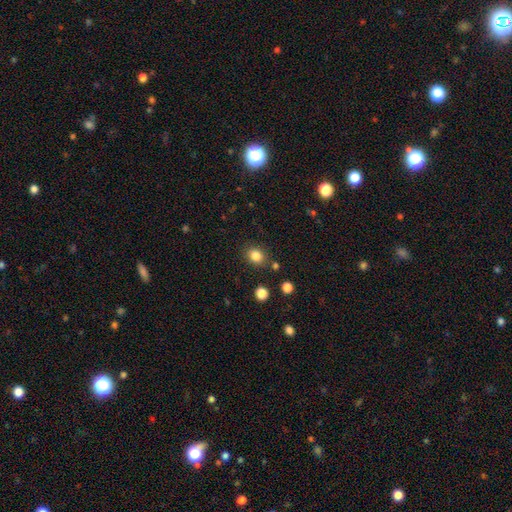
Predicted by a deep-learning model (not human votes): Overall: smooth (84%). How rounded: round (64%; in between 35%). Merging: none (84%).